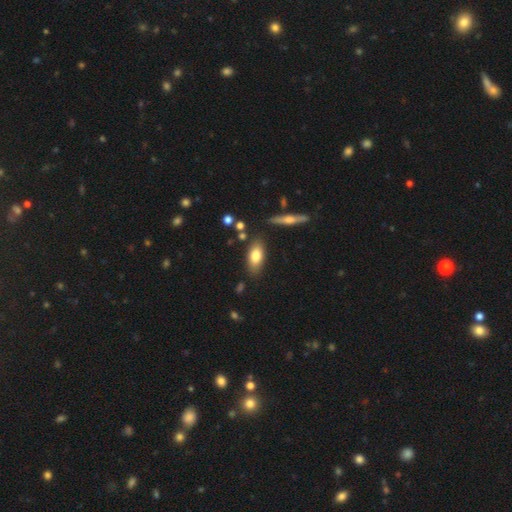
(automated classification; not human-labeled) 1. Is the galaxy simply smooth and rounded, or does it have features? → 76% smooth, 17% featured or disk, 7% star or artifact.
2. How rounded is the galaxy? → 82% in between, 14% cigar-shaped, 3% round.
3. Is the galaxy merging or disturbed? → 80% none, 13% minor disturbance, 4% merger, 3% major disturbance.